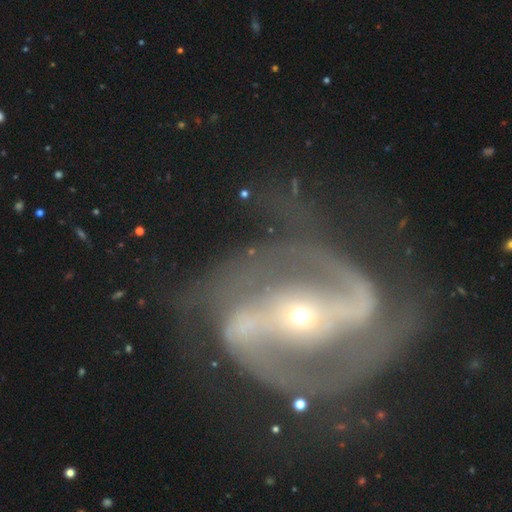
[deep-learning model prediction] featured or disk 91%, star or artifact 6%, smooth 3%. Down the decision tree: edge-on disk — no (97%); bar — strong (63%); spiral arms — yes (97%); spiral arm count — 2 (88%); spiral winding — medium (56%); bulge size — small (78%); merging — none (69%).